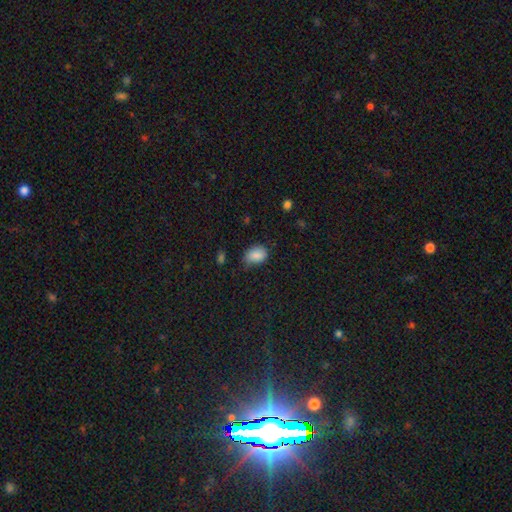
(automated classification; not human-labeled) This is clearly a smooth galaxy (85%). How rounded: likely in between (78%). Merging: possibly none (54%).